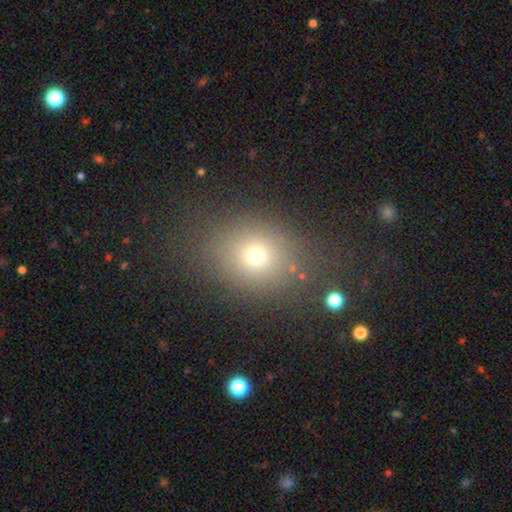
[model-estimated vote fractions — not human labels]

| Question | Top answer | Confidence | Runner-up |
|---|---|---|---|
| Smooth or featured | smooth | 68% | star or artifact (20%) |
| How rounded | round | 57% | in between (42%) |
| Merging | none | 79% | minor disturbance (12%) |